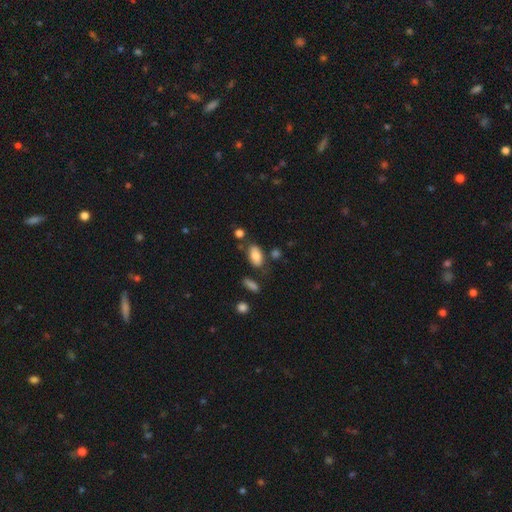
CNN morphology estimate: This is likely a smooth galaxy (79%). How rounded: clearly in between (91%). Merging: likely none (70%).